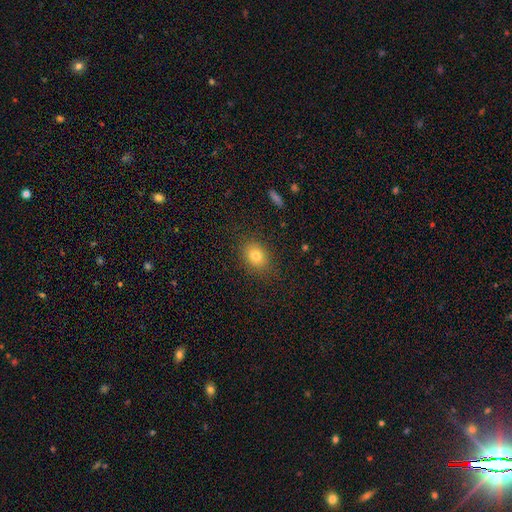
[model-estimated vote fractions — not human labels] A smooth galaxy with no disk features (80%) that is in between round and cigar-shaped (56%).

Vote fractions:
- Smooth or featured? smooth: 80% / star or artifact: 11% / featured or disk: 8%
- How rounded? in between: 56% / round: 43% / cigar-shaped: 1%
- Merging? none: 86% / minor disturbance: 10% / major disturbance: 3% / merger: 1%